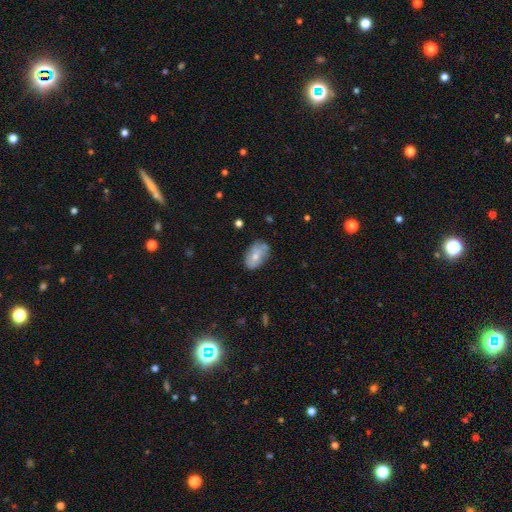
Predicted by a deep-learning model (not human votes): Morphology: type=smooth (62%); roundness=in between (88%); merging=none (59%).